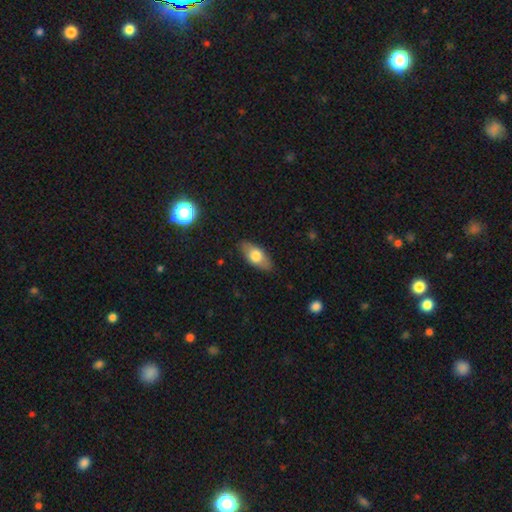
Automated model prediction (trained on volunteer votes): This appears to be a smooth galaxy with no disk features (68%) that is in between round and cigar-shaped (86%). Merging: none (85%).